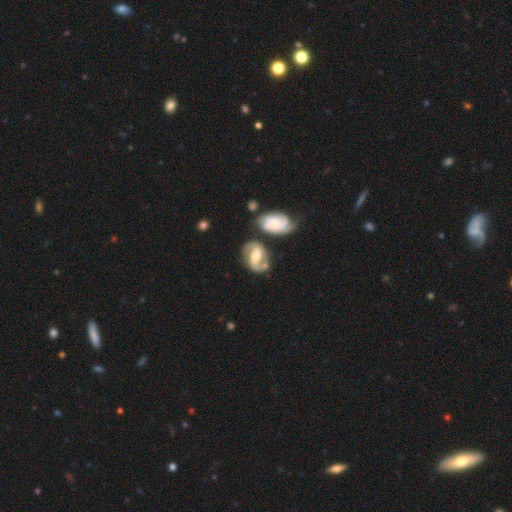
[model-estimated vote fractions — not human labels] featured or disk 78%, smooth 17%, star or artifact 5%. Down the decision tree: edge-on disk — no (96%); bar — weak (44%); spiral arms — yes (92%); spiral arm count — 2 (87%); spiral winding — medium (49%); bulge size — moderate (63%); merging — none (56%).